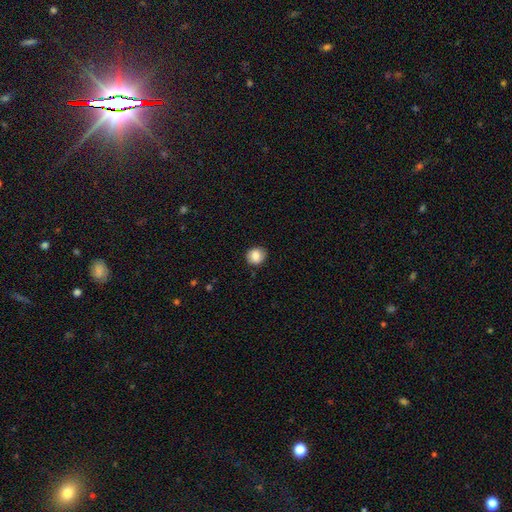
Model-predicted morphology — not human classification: Q: Smooth or featured?
A: smooth (85%); runner-up: star or artifact (9%)
Q: How rounded?
A: round (83%); runner-up: in between (16%)
Q: Merging?
A: none (88%); runner-up: minor disturbance (9%)